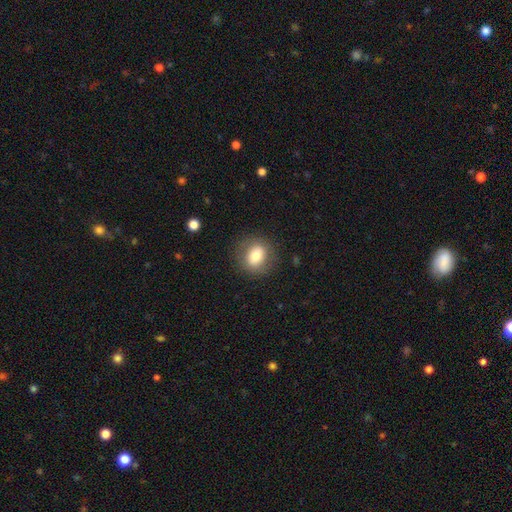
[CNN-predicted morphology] Smooth or featured: smooth — 74% (featured or disk — 17%)
How rounded: round — 67% (in between — 32%)
Merging: none — 85% (minor disturbance — 10%)